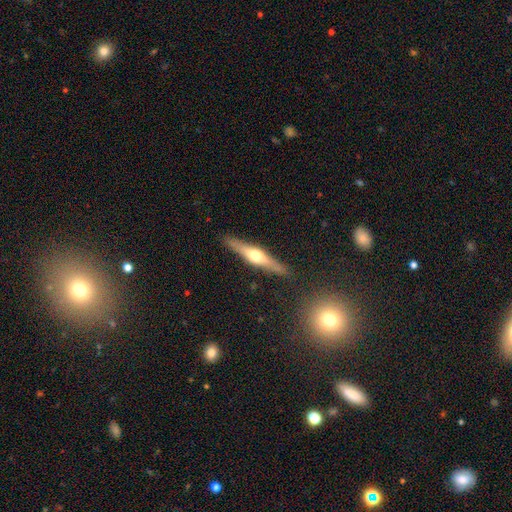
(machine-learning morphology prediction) A featured or disk galaxy (65%) viewed edge-on (96%) with a rounded central bulge (92%).

Vote fractions:
- Smooth or featured? featured or disk: 65% / smooth: 29% / star or artifact: 6%
- Edge-on disk? yes: 96% / no: 4%
- Edge-on bulge? rounded: 92% / boxy: 5% / none: 3%
- Merging? none: 89% / minor disturbance: 8% / major disturbance: 2% / merger: 1%